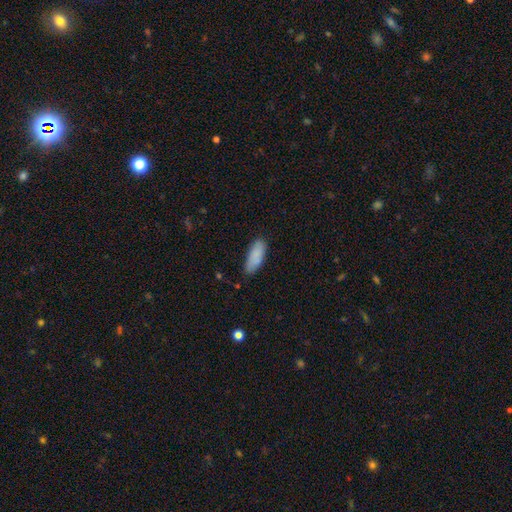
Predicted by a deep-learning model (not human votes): A smooth galaxy with no disk features (87%) that is in between round and cigar-shaped (73%). Merging: none (75%).